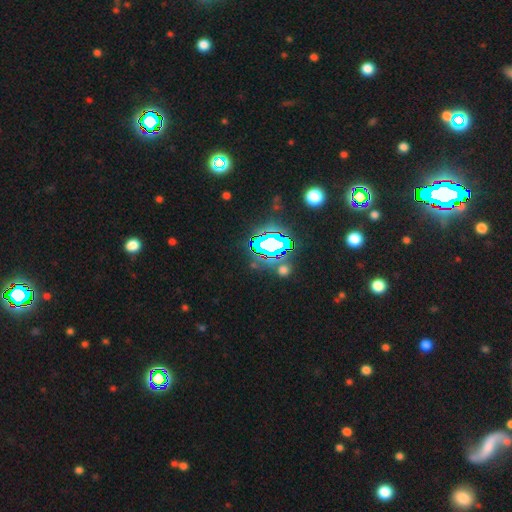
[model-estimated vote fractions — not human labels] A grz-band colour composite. It shows a star or artifact, not a galaxy (80%).